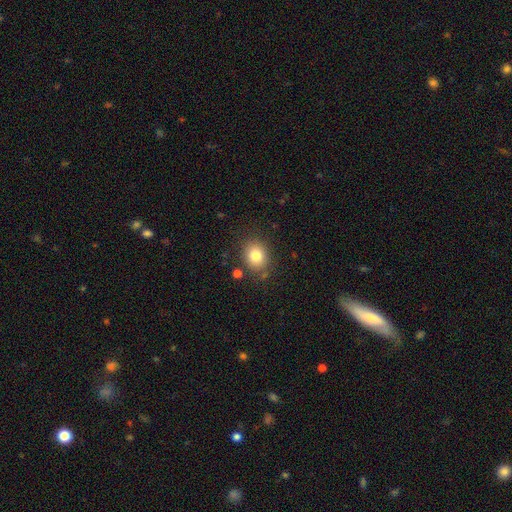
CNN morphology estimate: Smooth or featured?
  - smooth: 81% *
  - star or artifact: 11%
  - featured or disk: 9%
How rounded?
  - round: 57% *
  - in between: 42%
  - cigar-shaped: 1%
Merging?
  - none: 82% *
  - minor disturbance: 11%
  - major disturbance: 3%
  - merger: 3%